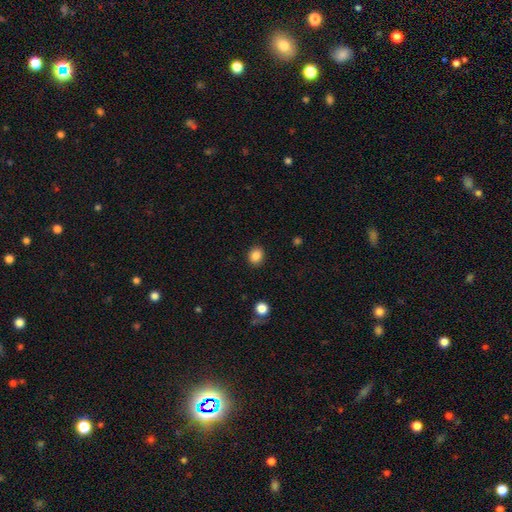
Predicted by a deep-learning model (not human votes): Morphology: type=smooth (86%); roundness=round (66%); merging=none (90%).